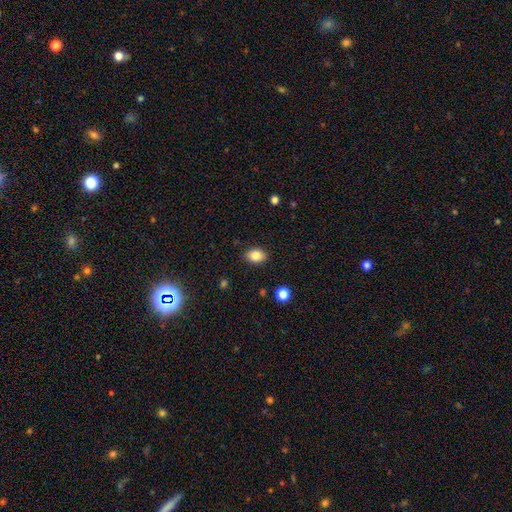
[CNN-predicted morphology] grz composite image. It shows a smooth galaxy with no disk features (84%) that is in between round and cigar-shaped (74%). Merging: none (87%).